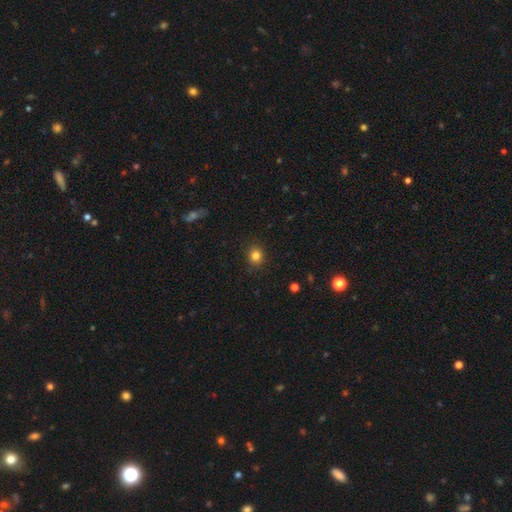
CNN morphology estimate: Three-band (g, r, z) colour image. It shows a smooth galaxy with no disk features (83%) that is round (82%). Merging: none (90%).